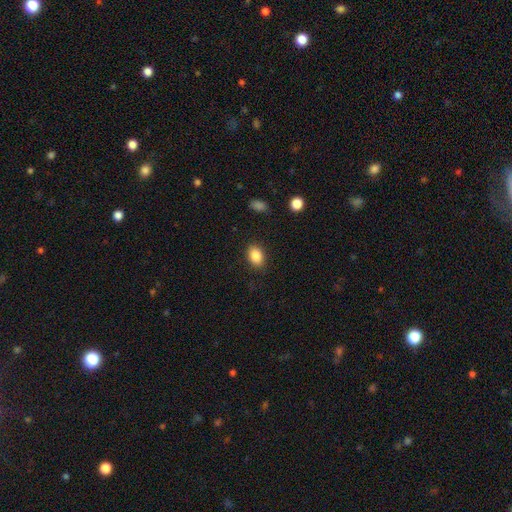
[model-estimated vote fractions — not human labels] smooth_or_featured: smooth (p=0.86) [alt: star or artifact p=0.09]
how_rounded: in between (p=0.78) [alt: round p=0.21]
merging: none (p=0.87) [alt: minor disturbance p=0.09]